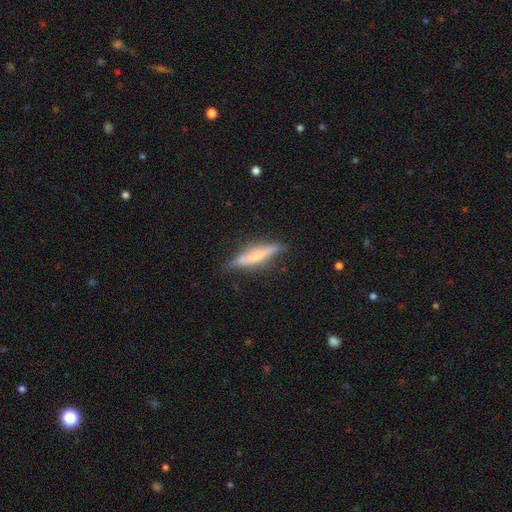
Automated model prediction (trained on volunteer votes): This appears to be a featured or disk galaxy (55%) viewed edge-on (91%). Merging: none (74%).